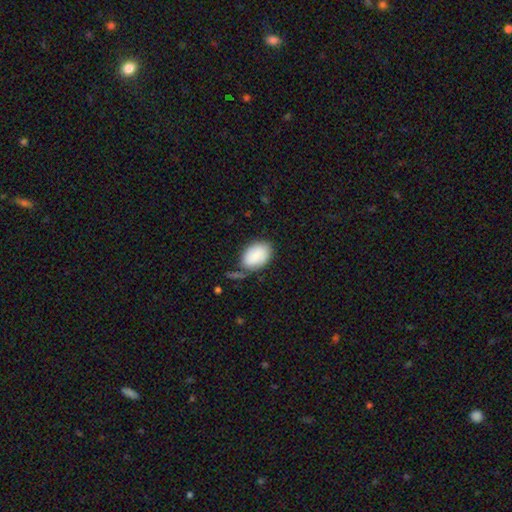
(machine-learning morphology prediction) Smooth or featured? Predicted: smooth (p=0.86). How rounded? Predicted: in between (p=0.88). Merging? Predicted: none (p=0.59).